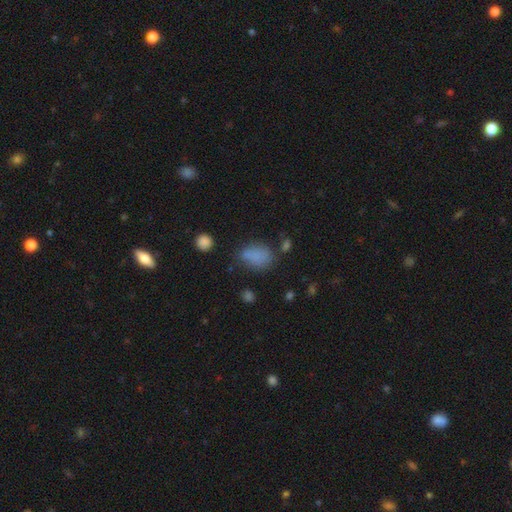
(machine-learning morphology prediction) A smooth galaxy with no disk features (77%) that is in between round and cigar-shaped (78%). Merging: none (53%).